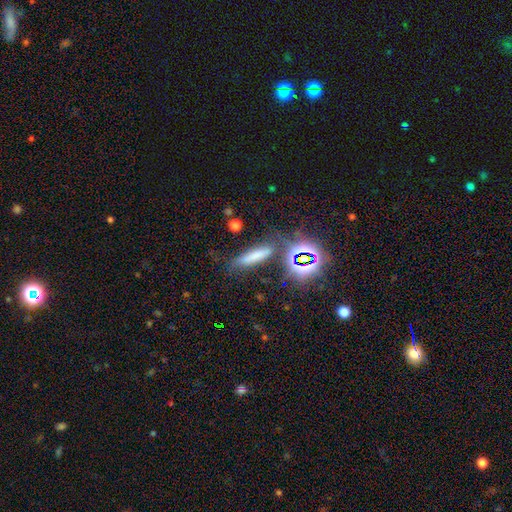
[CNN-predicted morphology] A smooth galaxy with no disk features (64%) that is cigar-shaped (73%). Merging: none (77%).